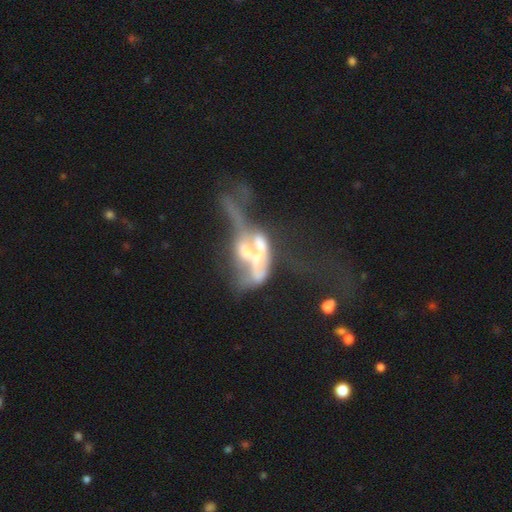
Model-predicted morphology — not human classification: A featured or disk galaxy (65%) with no bar (77%), no spiral arms (82%) and a moderate central bulge (34%). Merging: merger (61%).